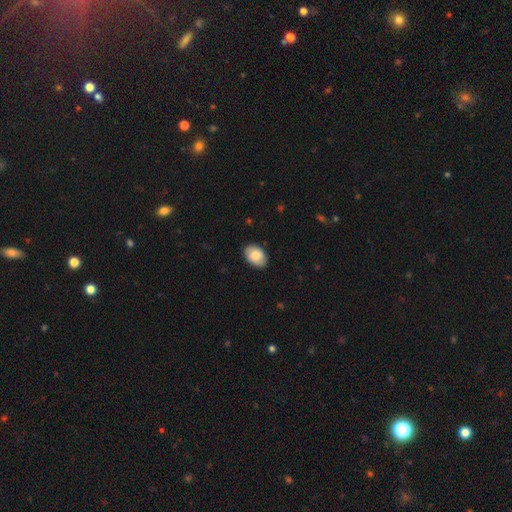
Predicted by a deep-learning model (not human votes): smooth-or-featured: smooth: 80% | featured or disk: 13% | star or artifact: 7%
  how-rounded: in between: 85% | round: 14% | cigar-shaped: 1%
  merging: none: 85% | minor disturbance: 12% | major disturbance: 2% | merger: 1%